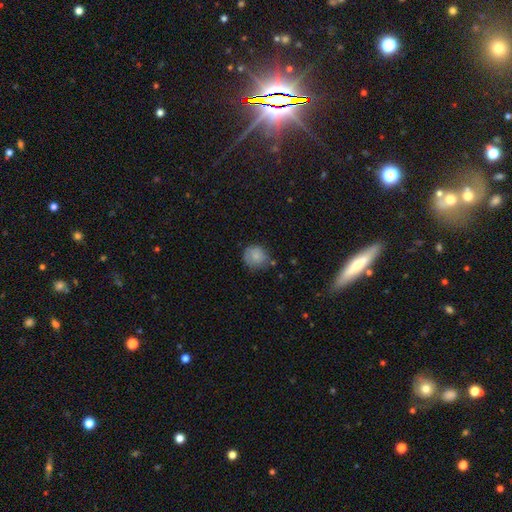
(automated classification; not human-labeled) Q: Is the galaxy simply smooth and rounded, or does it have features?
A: smooth — 82%.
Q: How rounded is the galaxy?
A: round — 86%.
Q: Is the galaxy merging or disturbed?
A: none — 66%.